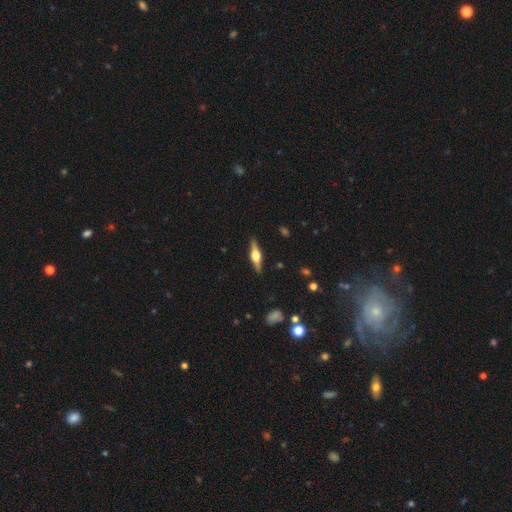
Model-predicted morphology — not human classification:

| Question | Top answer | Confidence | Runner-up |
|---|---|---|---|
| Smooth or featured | featured or disk | 73% | smooth (21%) |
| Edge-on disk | yes | 97% | no (3%) |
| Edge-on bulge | rounded | 93% | boxy (5%) |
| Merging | none | 89% | minor disturbance (8%) |